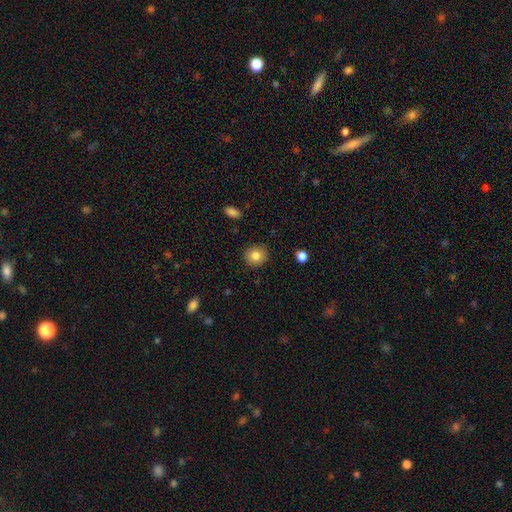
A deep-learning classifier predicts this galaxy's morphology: type=smooth (82%); roundness=round (79%); merging=none (88%).